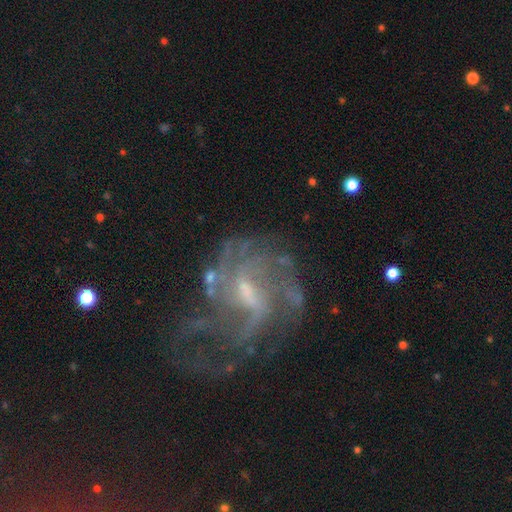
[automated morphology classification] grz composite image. It shows a featured or disk galaxy (75%) with a weak bar (53%), medium (42%) spiral arms (84%) and a small central bulge (53%). Merging: none (49%).